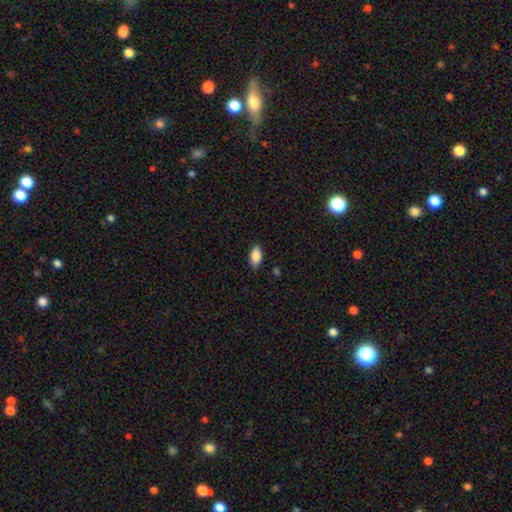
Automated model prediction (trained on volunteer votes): Smooth or featured? Predicted: smooth (p=0.87). How rounded? Predicted: in between (p=0.91). Merging? Predicted: none (p=0.84).